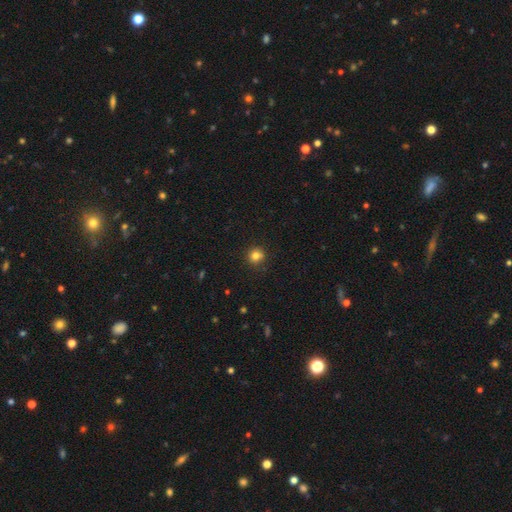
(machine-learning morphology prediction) Smooth or featured: smooth — 81% (star or artifact — 13%)
How rounded: round — 90% (in between — 9%)
Merging: none — 87% (minor disturbance — 9%)